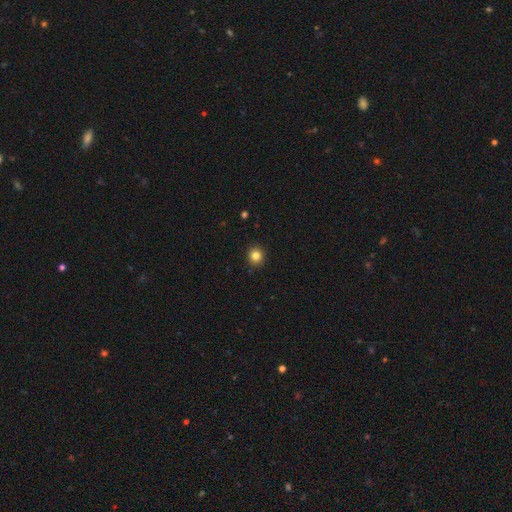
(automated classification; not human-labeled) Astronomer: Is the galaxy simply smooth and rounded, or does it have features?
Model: smooth — 83%.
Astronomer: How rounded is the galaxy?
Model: round — 86%.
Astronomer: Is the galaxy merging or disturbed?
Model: none — 92%.